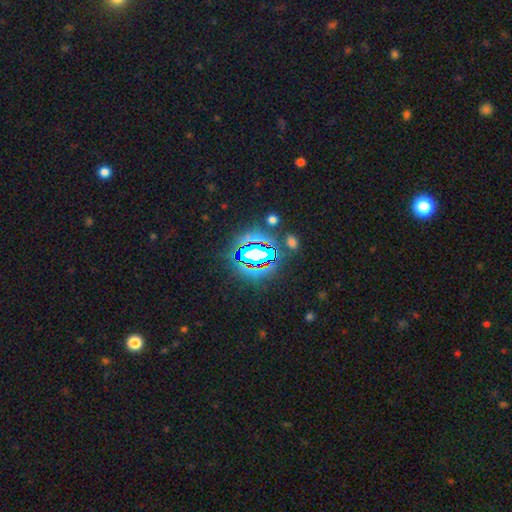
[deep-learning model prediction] A star or artifact, not a galaxy (75%).